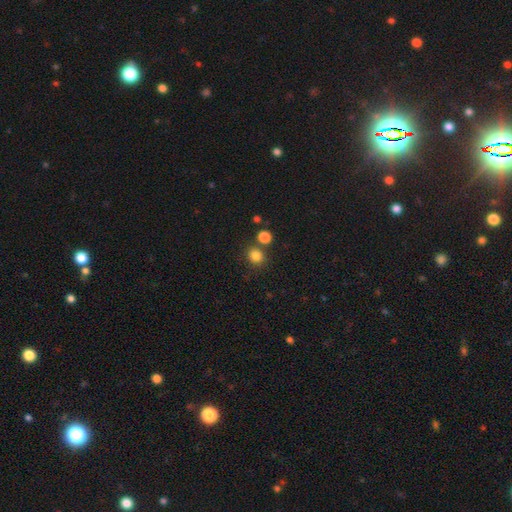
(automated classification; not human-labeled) Smooth or featured? smooth (83%)
How rounded? round (84%)
Merging? none (74%)